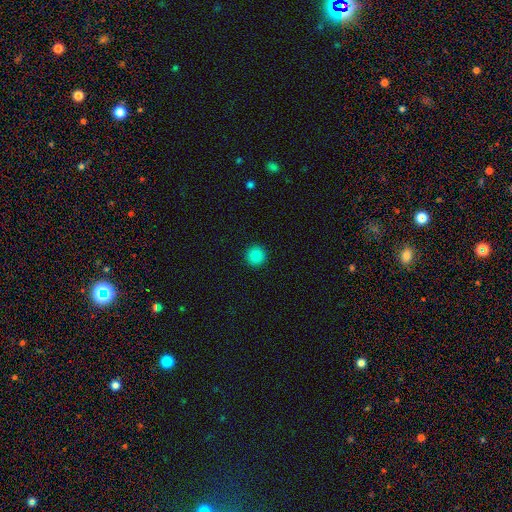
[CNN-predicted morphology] This is clearly a smooth galaxy (86%). How rounded: clearly round (95%). Merging: clearly none (93%).